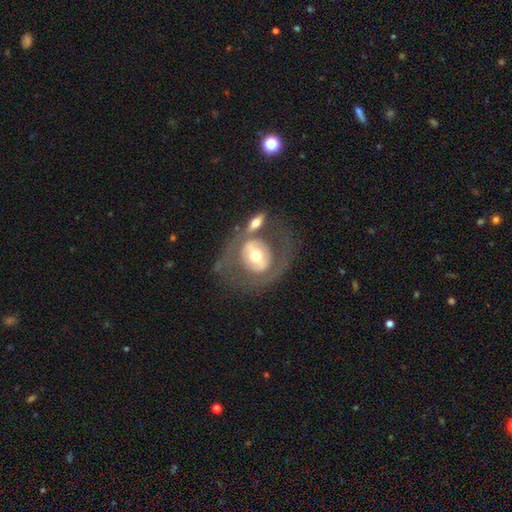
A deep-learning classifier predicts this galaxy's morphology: A featured or disk galaxy (63%) with no bar (47%), no spiral arms (66%) and a moderate central bulge (69%). Merging: none (50%).